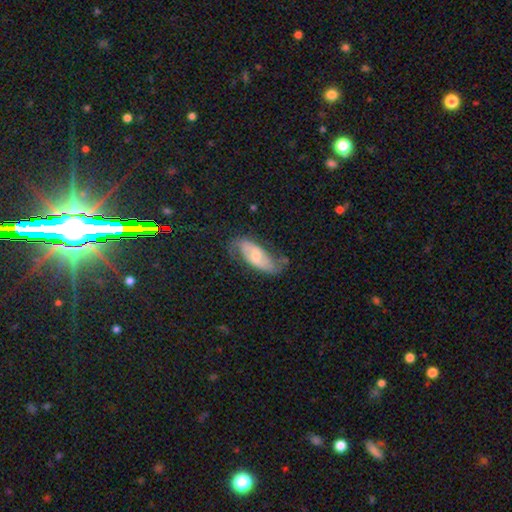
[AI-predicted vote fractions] Smooth or featured? featured or disk (61%)
Edge-on disk? no (90%)
Bar? weak (43%)
Spiral arms? yes (84%)
Bulge size? moderate (44%, tied with small)
Merging? none (57%)